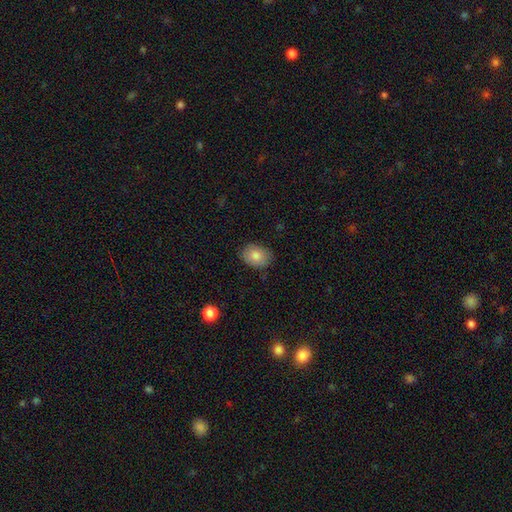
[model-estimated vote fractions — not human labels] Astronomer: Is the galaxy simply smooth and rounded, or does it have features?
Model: smooth — 83%.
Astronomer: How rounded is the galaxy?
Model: in between — 70%.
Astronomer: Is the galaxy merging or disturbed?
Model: none — 84%.